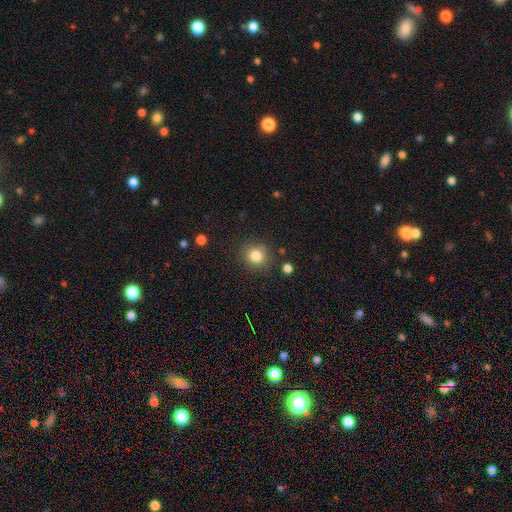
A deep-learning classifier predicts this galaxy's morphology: A smooth galaxy with no disk features (82%) that is round (89%).

Vote fractions:
- Smooth or featured? smooth: 82% / star or artifact: 11% / featured or disk: 6%
- How rounded? round: 89% / in between: 10% / cigar-shaped: 1%
- Merging? none: 86% / minor disturbance: 9% / major disturbance: 3% / merger: 2%